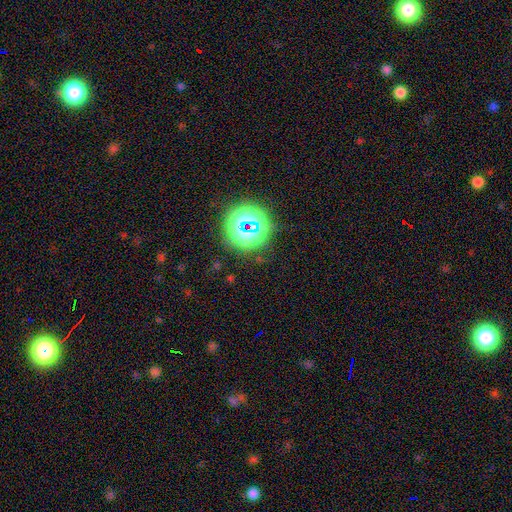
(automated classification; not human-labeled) A star or artifact, not a galaxy (74%).